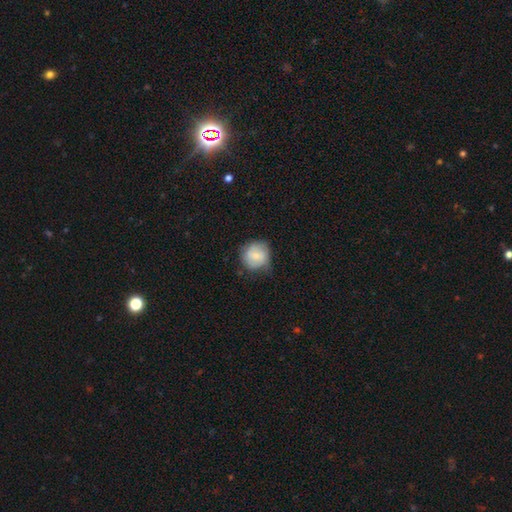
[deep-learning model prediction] Morphology: type=smooth (65%); roundness=round (87%); merging=none (63%).